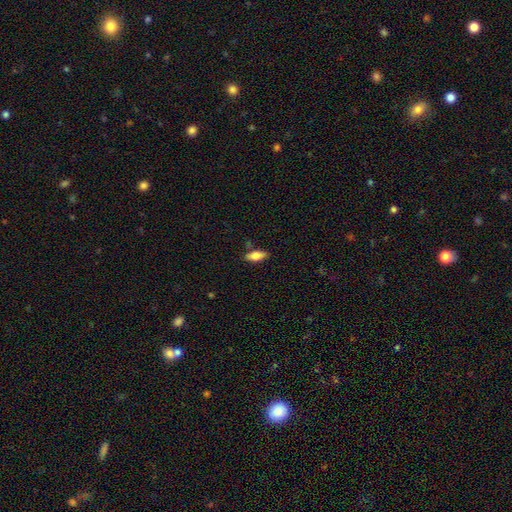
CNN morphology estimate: This appears to be a smooth galaxy with no disk features (74%) that is in between round and cigar-shaped (76%). Merging: none (80%).